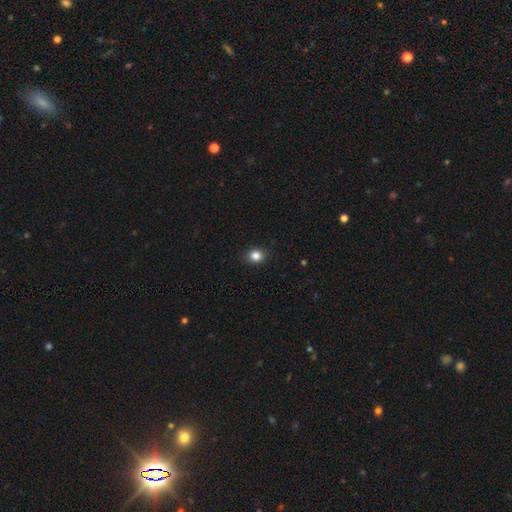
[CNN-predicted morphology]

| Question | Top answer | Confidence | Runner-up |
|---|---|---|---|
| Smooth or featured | smooth | 85% | star or artifact (11%) |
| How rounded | round | 69% | in between (30%) |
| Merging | none | 90% | minor disturbance (7%) |